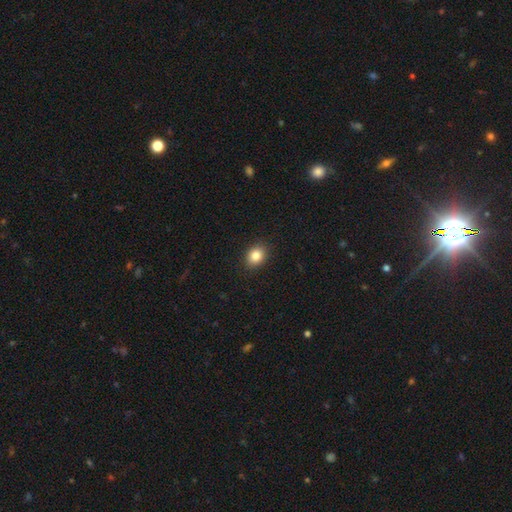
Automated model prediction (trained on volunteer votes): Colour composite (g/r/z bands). It shows a smooth galaxy with no disk features (85%) that is in between round and cigar-shaped (53%). Merging: none (90%).